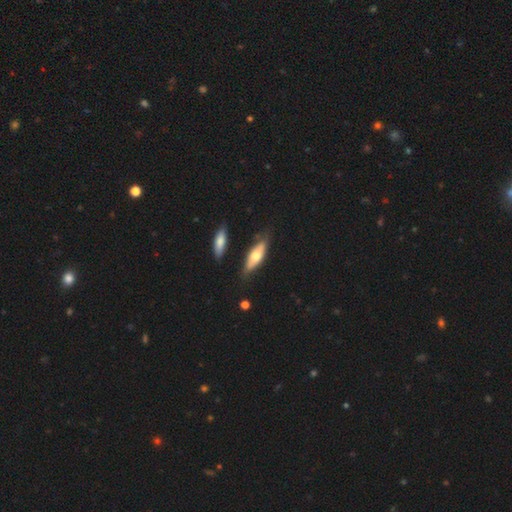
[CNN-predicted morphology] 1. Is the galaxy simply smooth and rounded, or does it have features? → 55% smooth, 39% featured or disk, 5% star or artifact.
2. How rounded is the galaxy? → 58% in between, 40% cigar-shaped, 2% round.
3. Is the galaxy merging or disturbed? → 72% none, 19% minor disturbance, 5% merger, 4% major disturbance.